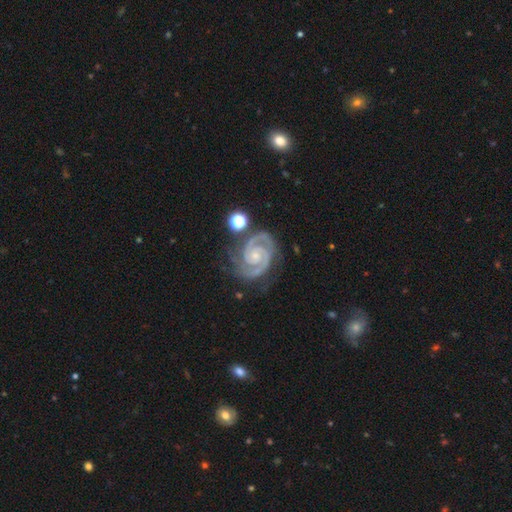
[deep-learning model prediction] smooth-or-featured: featured or disk: 93% | star or artifact: 4% | smooth: 2%
  disk-edge-on: no: 98% | yes: 2%
    bar: no: 65% | weak: 25% | strong: 9%
    has-spiral-arms: yes: 99% | no: 1%
      spiral-winding: tight: 68% | medium: 29% | loose: 3%
      spiral-arm-count: 2: 90% | 3: 5% | can't tell: 2% | 4: 1% | 1: 1% | more than 4: 1%
    bulge-size: small: 71% | moderate: 21% | none: 6% | large: 1% | dominant: 1%
  merging: none: 76% | minor disturbance: 16% | major disturbance: 4% | merger: 4%